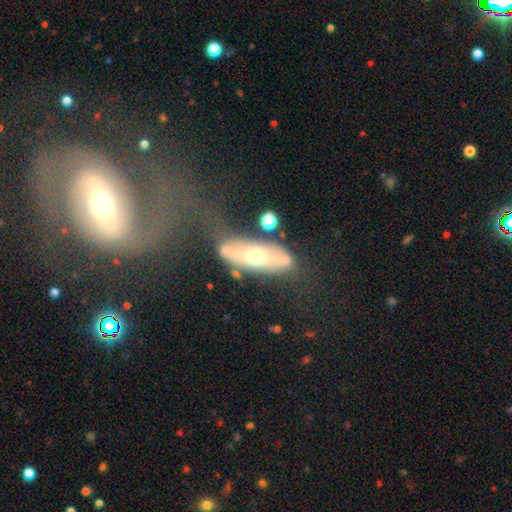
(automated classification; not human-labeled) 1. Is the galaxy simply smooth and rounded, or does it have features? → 53% featured or disk, 40% smooth, 7% star or artifact.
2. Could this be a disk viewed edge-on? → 70% no, 30% yes.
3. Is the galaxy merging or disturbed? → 49% none, 20% minor disturbance, 18% major disturbance, 13% merger.